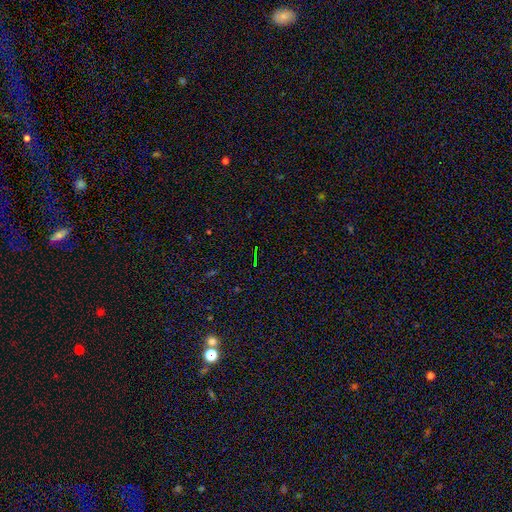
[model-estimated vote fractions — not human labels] star or artifact 74%, smooth 14%, featured or disk 12%.